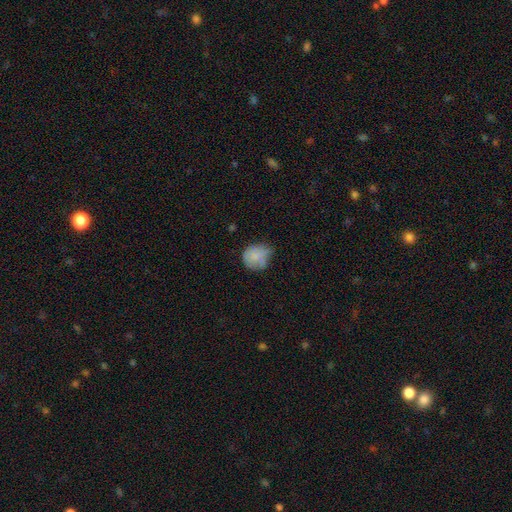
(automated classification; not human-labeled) Morphology: type=smooth (72%); roundness=round (74%); merging=none (47%).